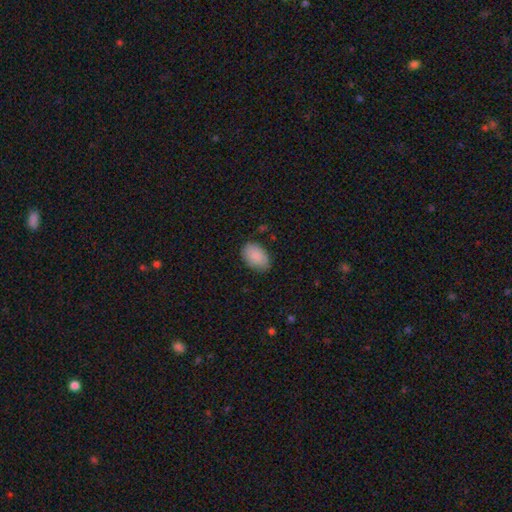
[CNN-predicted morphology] Q: Smooth or featured?
A: smooth (88%); runner-up: star or artifact (6%)
Q: How rounded?
A: in between (89%); runner-up: round (10%)
Q: Merging?
A: none (77%); runner-up: minor disturbance (18%)